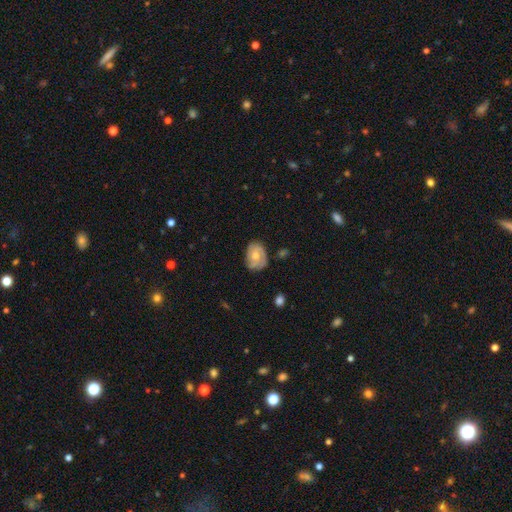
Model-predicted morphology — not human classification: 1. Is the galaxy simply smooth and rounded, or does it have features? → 59% featured or disk, 35% smooth, 7% star or artifact.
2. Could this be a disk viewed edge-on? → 97% no, 3% yes.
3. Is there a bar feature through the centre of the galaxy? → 74% no, 23% weak, 3% strong.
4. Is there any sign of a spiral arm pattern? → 83% yes, 17% no.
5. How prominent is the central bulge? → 59% moderate, 32% small, 4% large, 3% none, 1% dominant.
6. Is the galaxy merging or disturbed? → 66% none, 25% minor disturbance, 7% major disturbance, 2% merger.